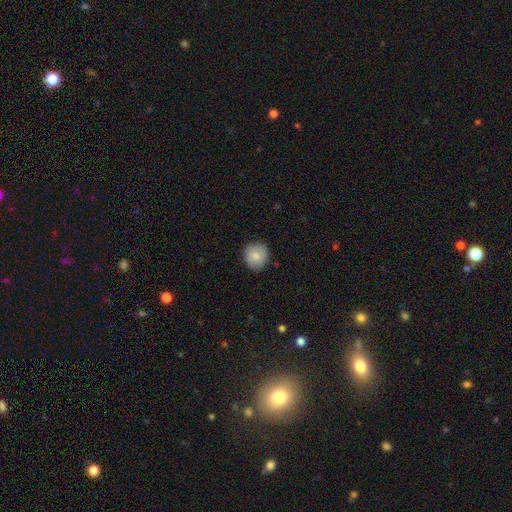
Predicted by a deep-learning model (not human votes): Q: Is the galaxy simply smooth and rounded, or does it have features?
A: smooth — 84%.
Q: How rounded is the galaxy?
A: round — 89%.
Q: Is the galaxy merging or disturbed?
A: none — 86%.